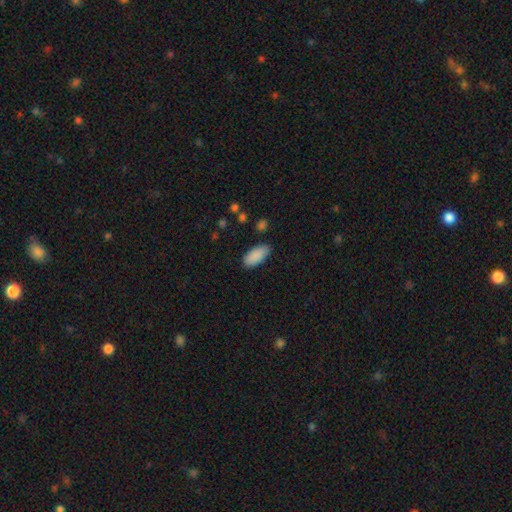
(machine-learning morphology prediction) A smooth galaxy with no disk features (89%) that is in between round and cigar-shaped (89%).

Vote fractions:
- Smooth or featured? smooth: 89% / star or artifact: 6% / featured or disk: 4%
- How rounded? in between: 89% / cigar-shaped: 9% / round: 2%
- Merging? none: 84% / minor disturbance: 12% / major disturbance: 2% / merger: 2%